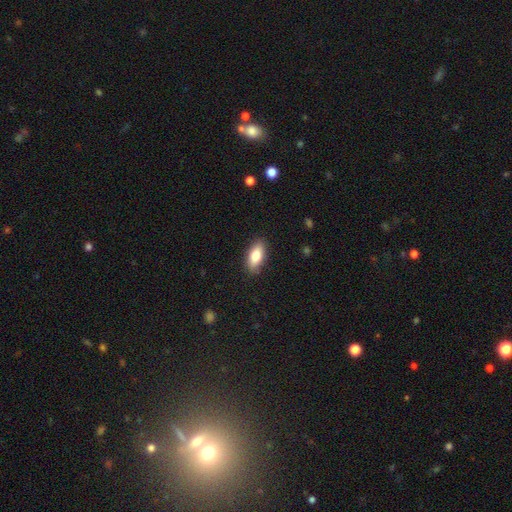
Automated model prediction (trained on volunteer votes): Morphology: type=smooth (80%); roundness=in between (83%); merging=none (87%).